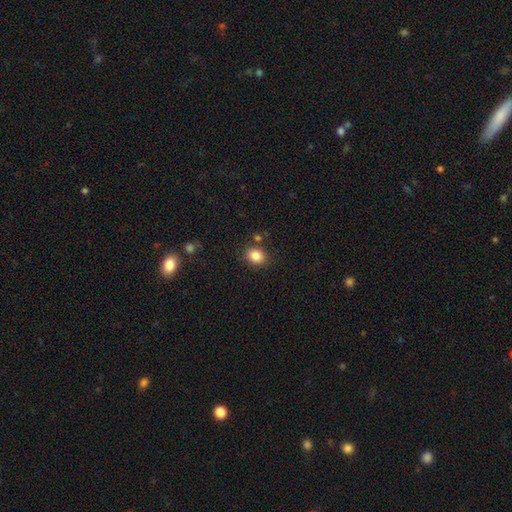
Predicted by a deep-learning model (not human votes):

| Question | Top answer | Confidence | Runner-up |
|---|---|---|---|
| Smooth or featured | smooth | 85% | star or artifact (10%) |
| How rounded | round | 56% | in between (44%) |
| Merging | none | 81% | minor disturbance (11%) |